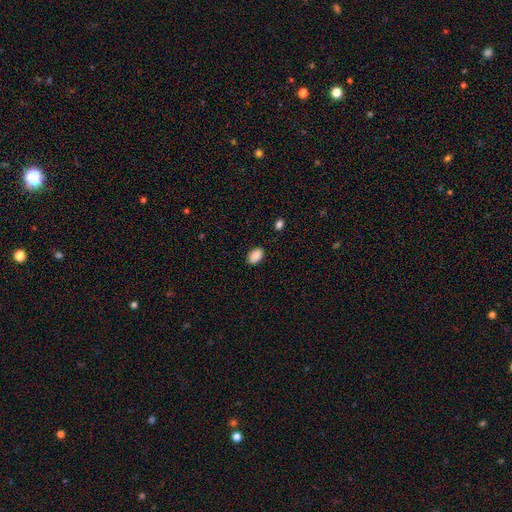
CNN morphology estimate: This appears to be a smooth galaxy with no disk features (89%) that is in between round and cigar-shaped (89%). Merging: none (86%).